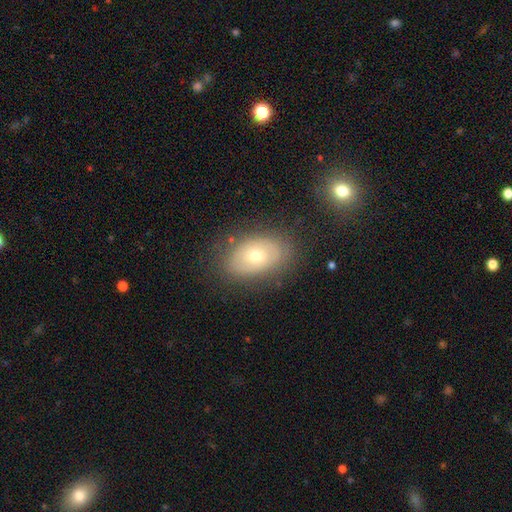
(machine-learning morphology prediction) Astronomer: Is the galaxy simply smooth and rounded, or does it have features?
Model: smooth — 52% (runner-up: featured or disk, 38%).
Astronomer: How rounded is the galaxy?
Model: in between — 85%.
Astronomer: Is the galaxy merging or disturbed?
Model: none — 78%.